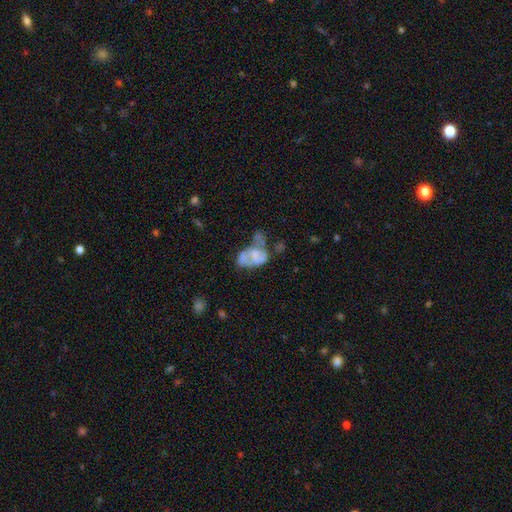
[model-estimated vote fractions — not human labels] Smooth or featured? Predicted: featured or disk (p=0.55). Edge-on disk? Predicted: no (p=0.98). Bar? Predicted: no (p=0.79). Spiral arms? Predicted: no (p=0.71). Bulge size? Predicted: none (p=0.44). Merging? Predicted: merger (p=0.37).